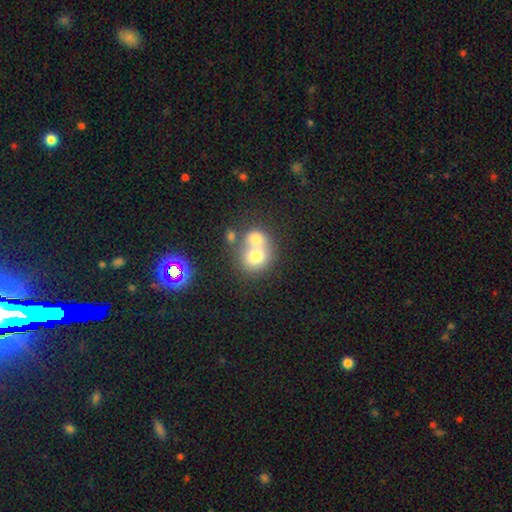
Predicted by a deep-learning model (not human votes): Morphology: type=smooth (70%); roundness=round (72%); merging=merger (63%).